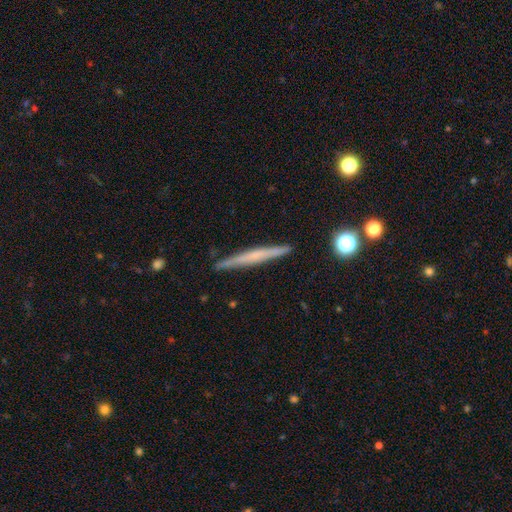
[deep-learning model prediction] This appears to be a featured or disk galaxy (51%) viewed edge-on (97%). Merging: none (90%).